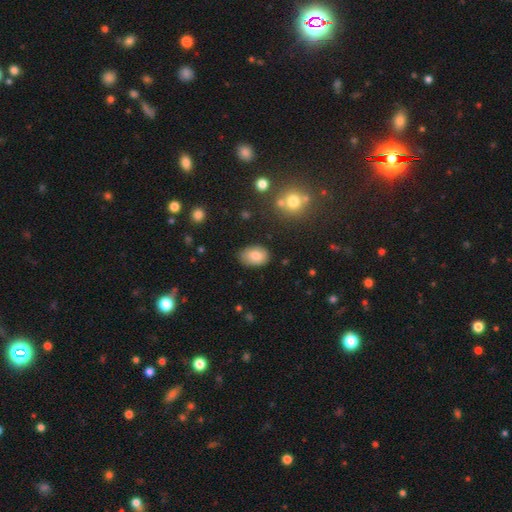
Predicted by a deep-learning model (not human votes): Overall: smooth (79%). How rounded: in between (79%). Merging: none (80%).